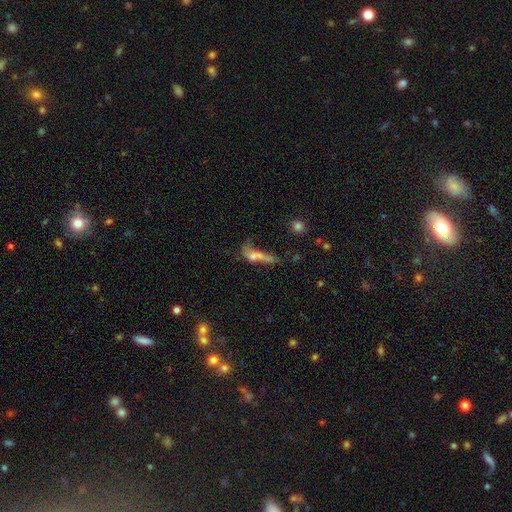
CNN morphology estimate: smooth-or-featured: smooth: 52% | featured or disk: 34% | star or artifact: 14%
  how-rounded: in between: 45% (tied) | cigar-shaped: 45% (tied) | round: 10%
  merging: merger: 40% | major disturbance: 29% | none: 19% | minor disturbance: 13%